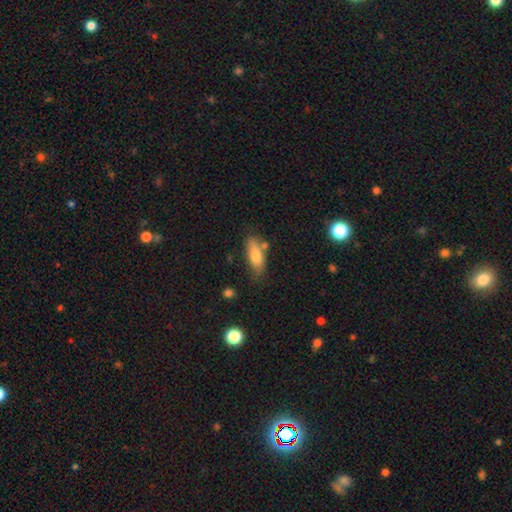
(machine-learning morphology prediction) The model was most divided on "merging": none: 62%, minor disturbance: 22%, merger: 9%, major disturbance: 6%. More confident: smooth or featured — smooth (77%); how rounded — in between (71%).